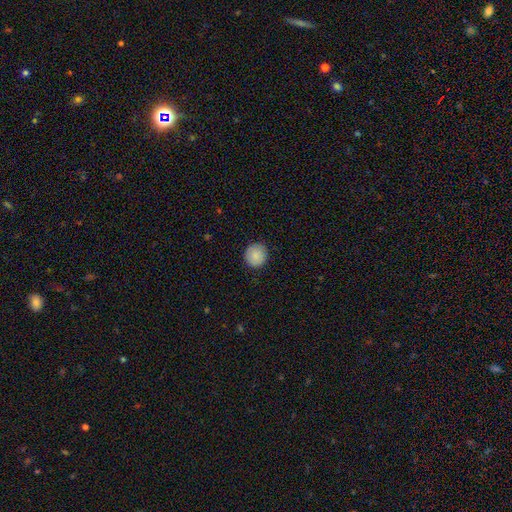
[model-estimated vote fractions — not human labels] smooth_or_featured: smooth (p=0.89) [alt: star or artifact p=0.08]
how_rounded: round (p=0.91) [alt: in between p=0.08]
merging: none (p=0.90) [alt: minor disturbance p=0.08]